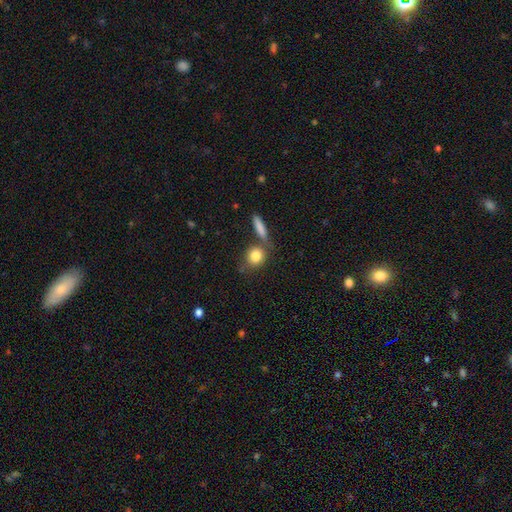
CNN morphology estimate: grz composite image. It shows a smooth galaxy with no disk features (83%) that is round (66%). Merging: none (62%).